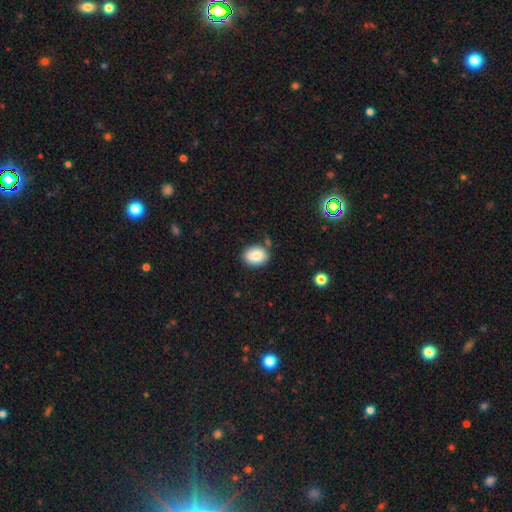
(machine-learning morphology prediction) This appears to be a smooth galaxy with no disk features (84%) that is in between round and cigar-shaped (61%). Merging: none (79%).